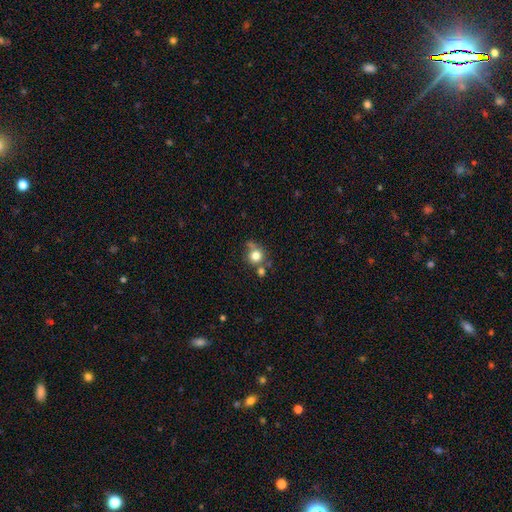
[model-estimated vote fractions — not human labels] smooth-or-featured: smooth: 79% | star or artifact: 12% | featured or disk: 10%
  how-rounded: round: 88% | in between: 11% | cigar-shaped: 1%
  merging: none: 58% | merger: 21% | minor disturbance: 15% | major disturbance: 6%